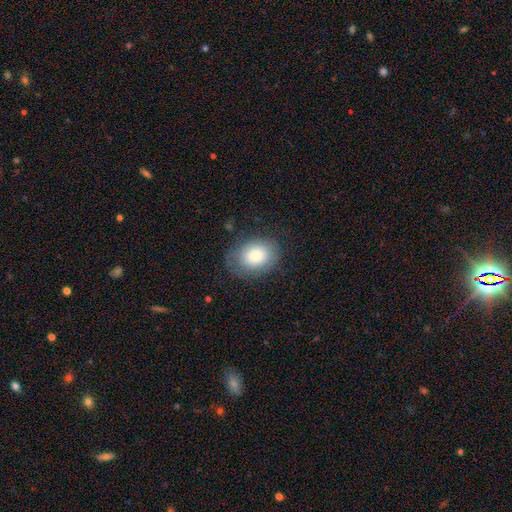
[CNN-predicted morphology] A smooth galaxy with no disk features (79%) that is in between round and cigar-shaped (66%).

Vote fractions:
- Smooth or featured? smooth: 79% / featured or disk: 13% / star or artifact: 8%
- How rounded? in between: 66% / round: 33% / cigar-shaped: 1%
- Merging? none: 74% / minor disturbance: 18% / major disturbance: 7% / merger: 1%